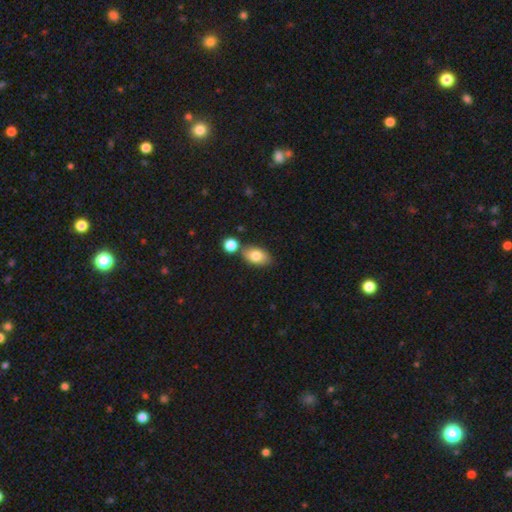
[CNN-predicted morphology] A smooth galaxy with no disk features (80%) that is in between round and cigar-shaped (88%).

Vote fractions:
- Smooth or featured? smooth: 80% / featured or disk: 12% / star or artifact: 8%
- How rounded? in between: 88% / round: 10% / cigar-shaped: 2%
- Merging? none: 69% / merger: 16% / minor disturbance: 13% / major disturbance: 3%